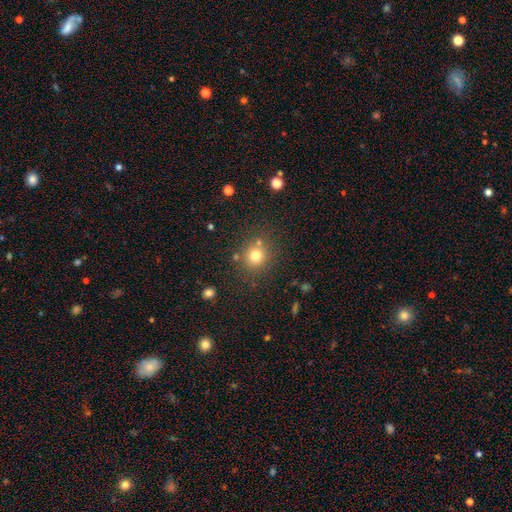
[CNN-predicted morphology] type=smooth (75%); roundness=round (88%); merging=none (78%).